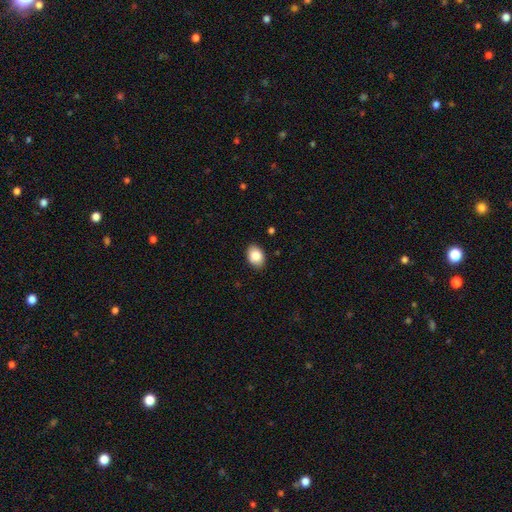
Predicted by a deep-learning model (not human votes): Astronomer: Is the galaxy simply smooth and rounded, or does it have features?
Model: smooth — 85%.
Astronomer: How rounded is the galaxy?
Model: in between — 76%.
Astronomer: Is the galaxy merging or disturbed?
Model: none — 88%.